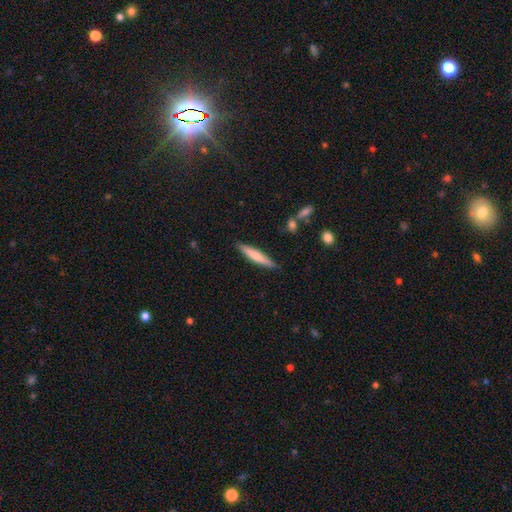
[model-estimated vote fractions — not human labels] smooth_or_featured: smooth (p=0.68) [alt: featured or disk p=0.27]
how_rounded: cigar-shaped (p=0.91) [alt: in between p=0.08]
merging: none (p=0.88) [alt: minor disturbance p=0.09]